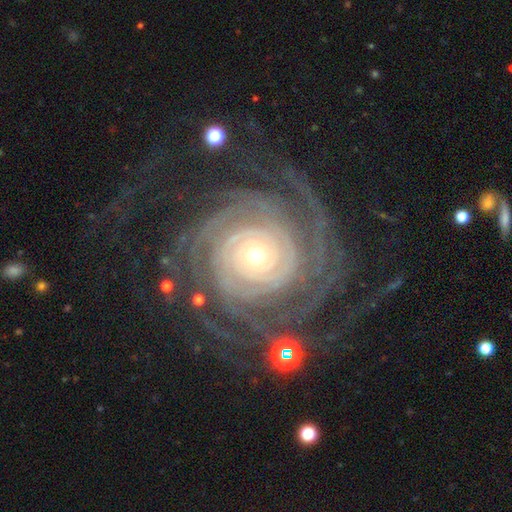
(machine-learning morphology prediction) Smooth or featured? Predicted: featured or disk (p=0.91). Edge-on disk? Predicted: no (p=0.97). Bar? Predicted: no (p=0.79). Spiral arms? Predicted: yes (p=0.98). Spiral winding? Predicted: tight (p=0.84). Spiral arm count? Predicted: more than 4 (p=0.26). Bulge size? Predicted: small (p=0.67). Merging? Predicted: none (p=0.69).